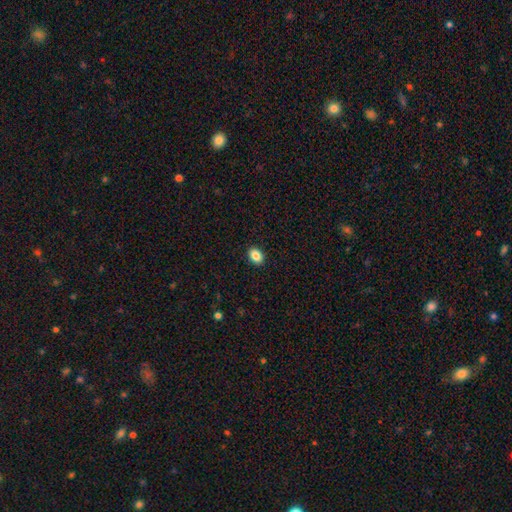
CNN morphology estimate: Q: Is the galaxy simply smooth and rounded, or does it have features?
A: smooth — 86%.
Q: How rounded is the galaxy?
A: in between — 77%.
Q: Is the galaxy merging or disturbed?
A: none — 91%.